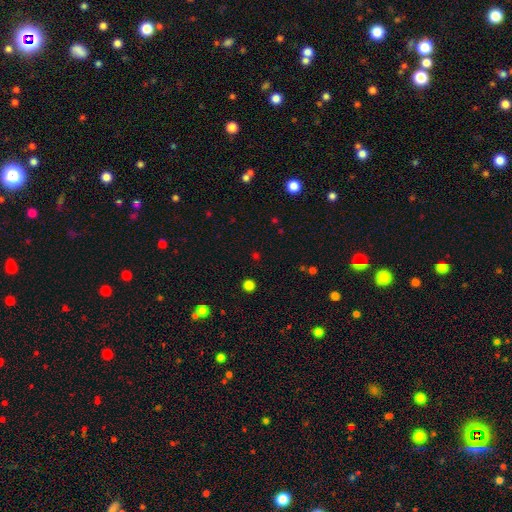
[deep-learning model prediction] Morphology: type=smooth (56%); roundness=round (90%); merging=none (88%).